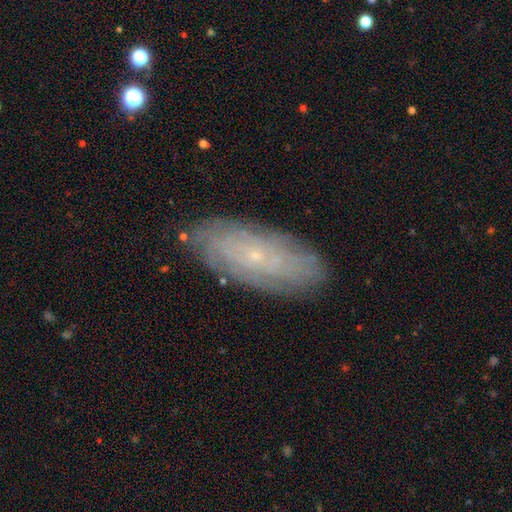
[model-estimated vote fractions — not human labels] This is likely a featured or disk galaxy (65%). It is clearly not viewed edge-on (88%). Bar: clearly no (82%). Spiral arm pattern: clearly yes (81%). Central bulge: clearly small (89%). Merging: clearly none (85%).